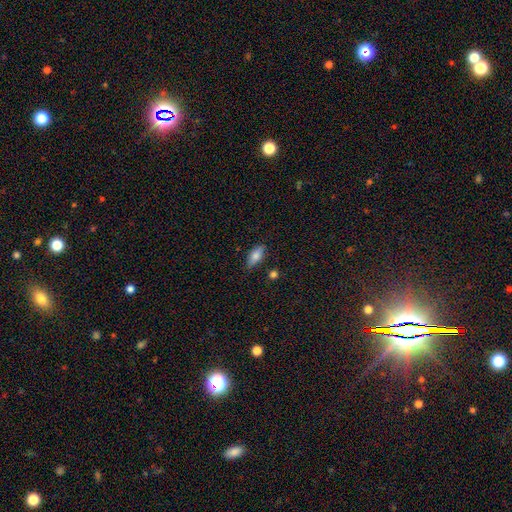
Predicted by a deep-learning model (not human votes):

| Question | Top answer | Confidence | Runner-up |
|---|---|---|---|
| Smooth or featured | smooth | 74% | featured or disk (18%) |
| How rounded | in between | 79% | cigar-shaped (18%) |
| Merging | none | 80% | minor disturbance (14%) |